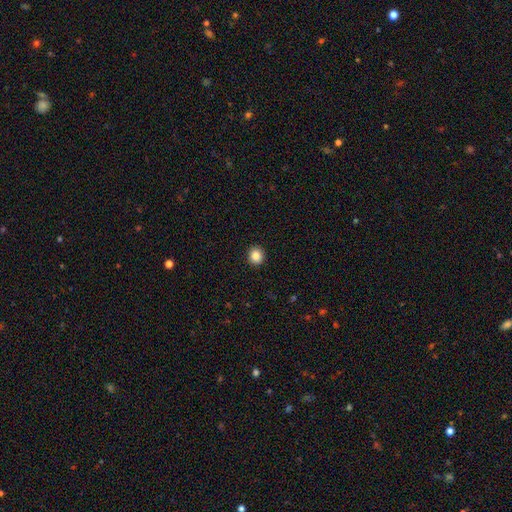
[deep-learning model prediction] This appears to be a smooth galaxy with no disk features (86%) that is round (85%). Merging: none (93%).